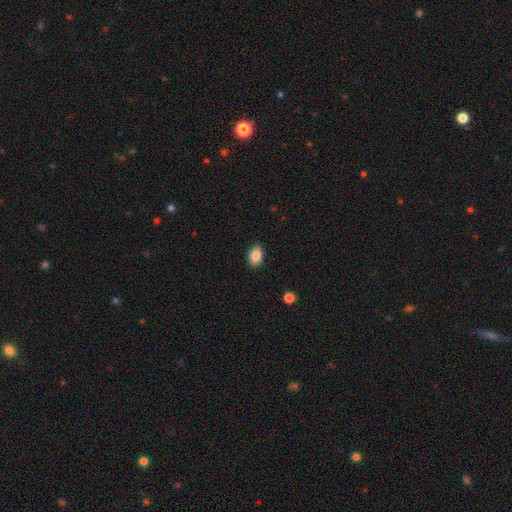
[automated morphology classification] This appears to be a smooth galaxy with no disk features (86%) that is in between round and cigar-shaped (85%). Merging: none (89%).